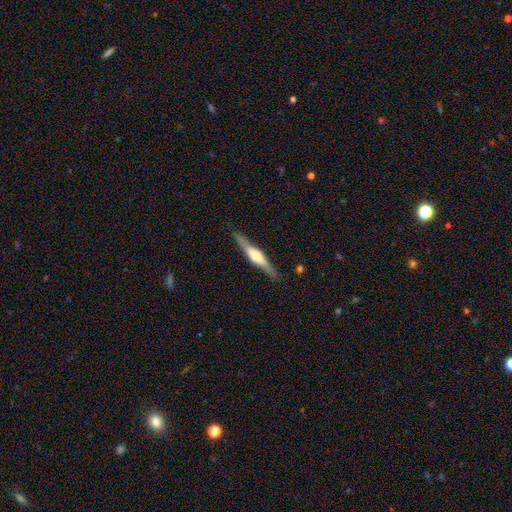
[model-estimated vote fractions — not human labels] featured or disk 70%, smooth 25%, star or artifact 5%. Down the decision tree: edge-on disk — yes (97%); edge-on bulge — rounded (68%); merging — none (87%).